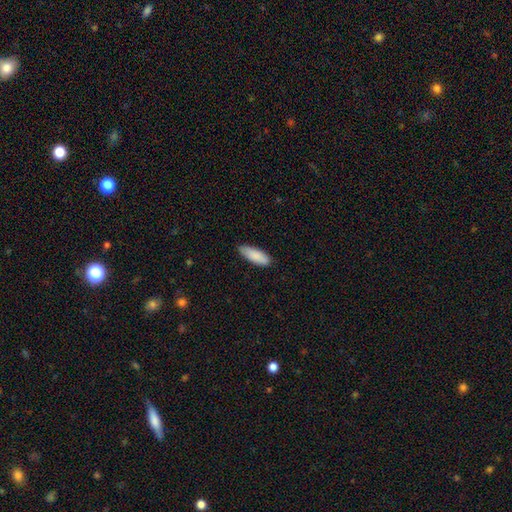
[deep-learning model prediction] smooth 89%, featured or disk 6%, star or artifact 5%. Down the decision tree: how rounded — in between (62%); merging — none (83%).